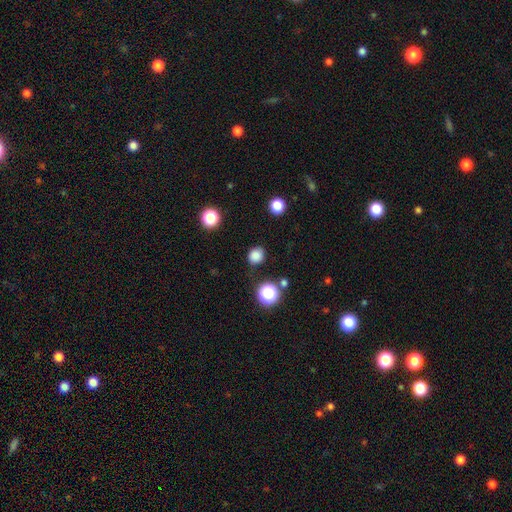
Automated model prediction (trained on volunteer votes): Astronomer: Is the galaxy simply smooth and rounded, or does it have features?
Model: smooth — 82%.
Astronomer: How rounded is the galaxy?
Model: round — 80%.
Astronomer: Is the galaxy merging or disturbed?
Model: none — 84%.